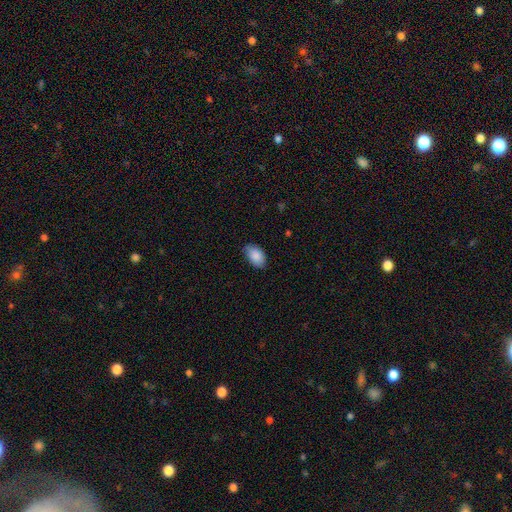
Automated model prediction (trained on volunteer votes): smooth-or-featured: smooth: 88% | star or artifact: 7% | featured or disk: 5%
  how-rounded: in between: 91% | round: 8% | cigar-shaped: 1%
  merging: none: 76% | minor disturbance: 20% | major disturbance: 3% | merger: 1%